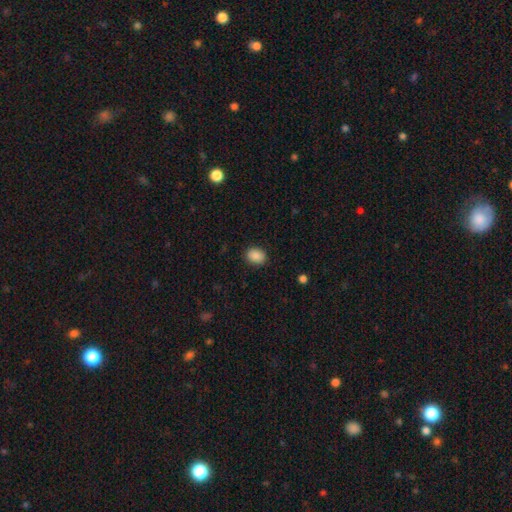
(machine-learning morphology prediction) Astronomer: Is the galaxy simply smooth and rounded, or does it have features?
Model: smooth — 89%.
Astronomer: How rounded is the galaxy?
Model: in between — 60% (runner-up: round, 39%).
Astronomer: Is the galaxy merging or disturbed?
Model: none — 89%.